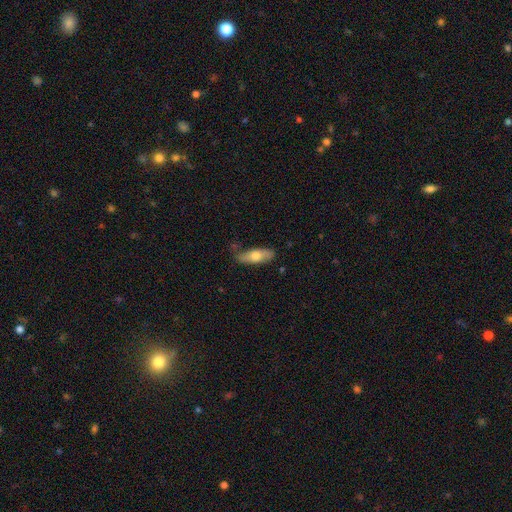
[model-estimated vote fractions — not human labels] This is likely a smooth galaxy (65%). How rounded: possibly in between (58%). Merging: likely none (74%).